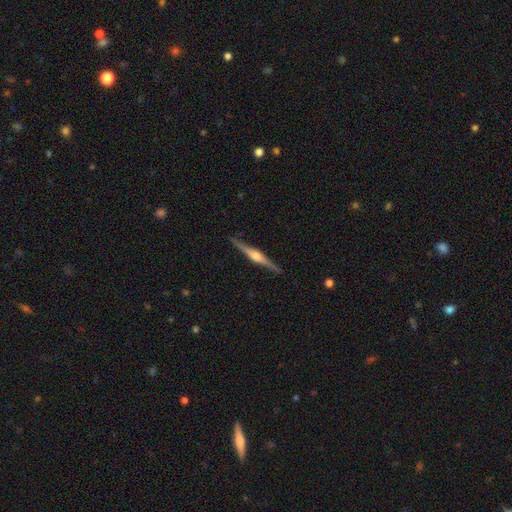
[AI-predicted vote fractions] A featured or disk galaxy (82%) viewed edge-on (98%) with a rounded central bulge (90%). Merging: none (90%).